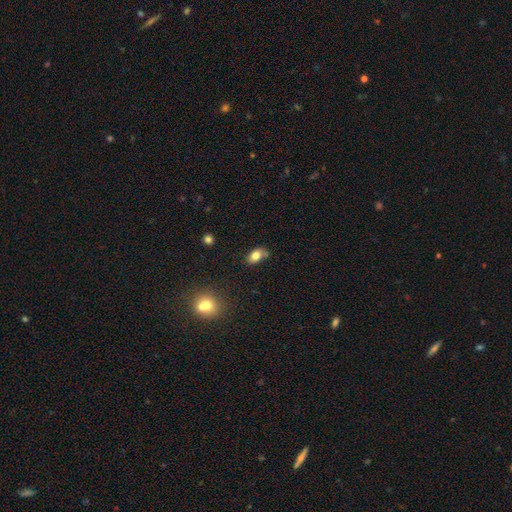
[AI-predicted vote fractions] A smooth galaxy with no disk features (80%) that is in between round and cigar-shaped (87%).

Vote fractions:
- Smooth or featured? smooth: 80% / featured or disk: 11% / star or artifact: 9%
- How rounded? in between: 87% / round: 11% / cigar-shaped: 3%
- Merging? none: 65% / minor disturbance: 20% / merger: 10% / major disturbance: 5%